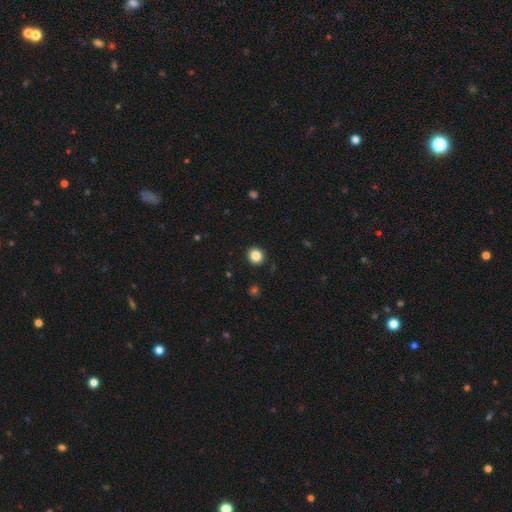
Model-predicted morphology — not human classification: This appears to be a smooth galaxy with no disk features (85%) that is round (87%). Merging: none (92%).